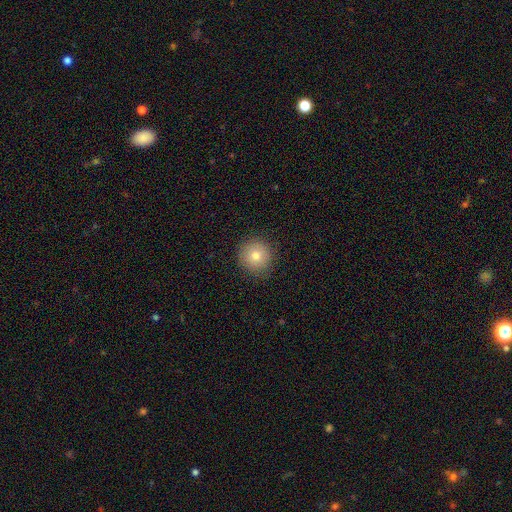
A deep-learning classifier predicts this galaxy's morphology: Overall: smooth (79%). How rounded: round (94%). Merging: none (88%).